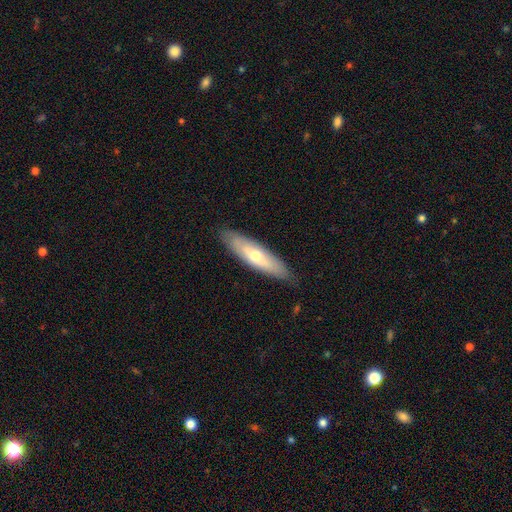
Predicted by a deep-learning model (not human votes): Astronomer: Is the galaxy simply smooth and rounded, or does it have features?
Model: smooth — 51% (runner-up: featured or disk, 44%).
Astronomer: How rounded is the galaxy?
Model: cigar-shaped — 66%.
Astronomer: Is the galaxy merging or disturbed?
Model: none — 85%.